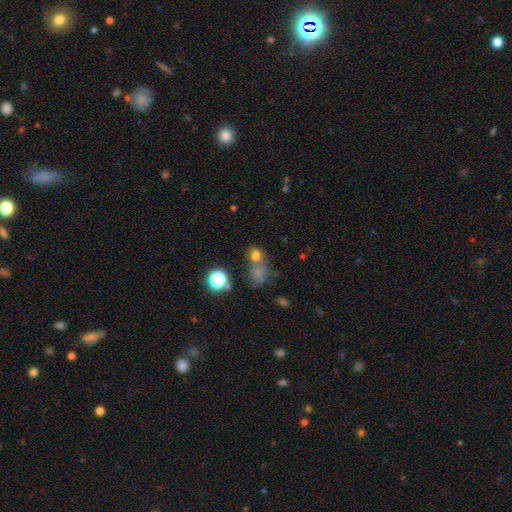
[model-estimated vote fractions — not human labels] Smooth or featured? Predicted: smooth (p=0.68). How rounded? Predicted: round (p=0.64). Merging? Predicted: none (p=0.44).